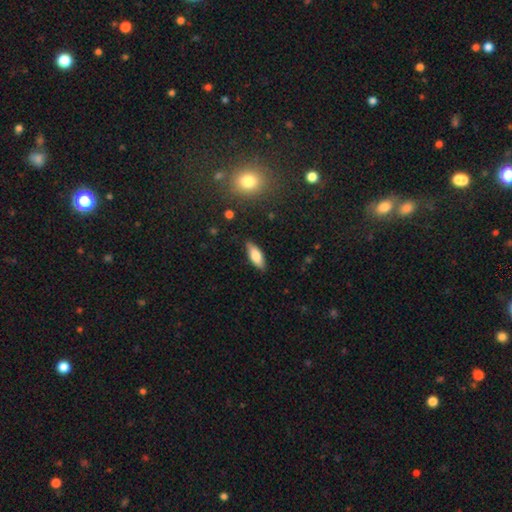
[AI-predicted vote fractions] Overall: smooth (75%). How rounded: in between (70%). Merging: none (85%).